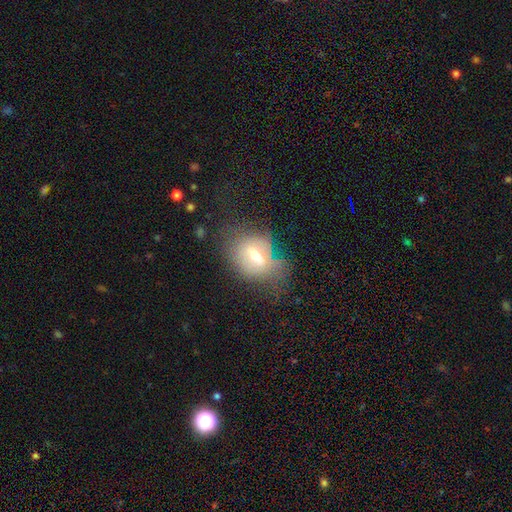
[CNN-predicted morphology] smooth_or_featured: smooth (p=0.52) [alt: featured or disk p=0.36]
how_rounded: in between (p=0.58) [alt: round p=0.40]
merging: none (p=0.47) [alt: minor disturbance p=0.27]